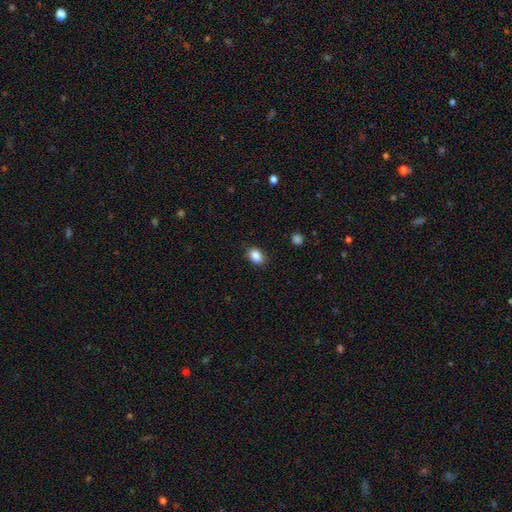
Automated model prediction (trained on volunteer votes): Smooth or featured?
  - smooth: 87% *
  - star or artifact: 9%
  - featured or disk: 4%
How rounded?
  - in between: 75% *
  - round: 24%
  - cigar-shaped: 1%
Merging?
  - none: 85% *
  - minor disturbance: 11%
  - major disturbance: 3%
  - merger: 1%